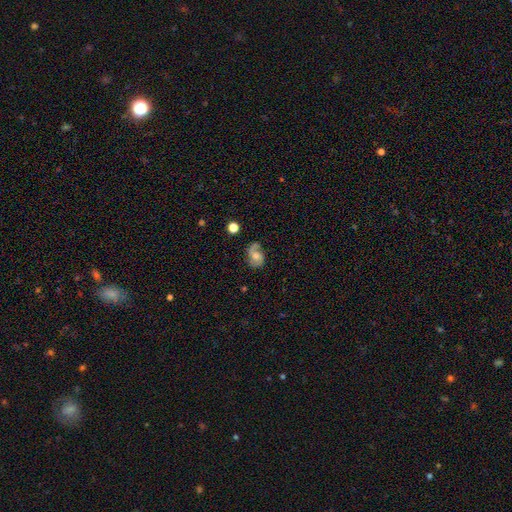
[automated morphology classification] Smooth or featured?
  - featured or disk: 70% *
  - smooth: 22%
  - star or artifact: 8%
Edge-on disk?
  - no: 97% *
  - yes: 3%
Bar?
  - no: 60% *
  - weak: 34%
  - strong: 6%
Spiral arms?
  - yes: 93% *
  - no: 7%
Spiral winding?
  - medium: 47% *
  - loose: 33%
  - tight: 20%
Spiral arm count?
  - 2: 84% *
  - 1: 7%
  - can't tell: 5%
  - 3: 1%
  - 4: 1%
  - more than 4: 1%
Bulge size?
  - moderate: 56% *
  - small: 26%
  - large: 9%
  - none: 7%
  - dominant: 2%
Merging?
  - none: 67% *
  - minor disturbance: 22%
  - major disturbance: 9%
  - merger: 2%